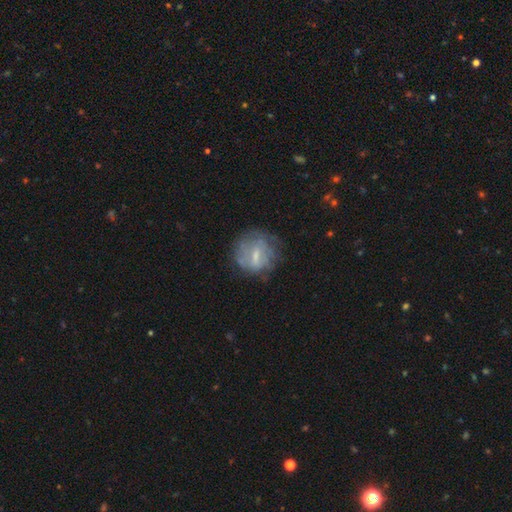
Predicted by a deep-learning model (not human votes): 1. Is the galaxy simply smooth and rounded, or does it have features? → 54% featured or disk, 37% smooth, 9% star or artifact.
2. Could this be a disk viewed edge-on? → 96% no, 4% yes.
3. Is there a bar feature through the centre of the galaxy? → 53% weak, 24% no, 23% strong.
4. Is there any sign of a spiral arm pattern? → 53% no, 47% yes.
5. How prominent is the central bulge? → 41% small, 33% moderate, 22% none, 3% large, 1% dominant.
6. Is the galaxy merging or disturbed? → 60% none, 23% minor disturbance, 15% major disturbance, 2% merger.